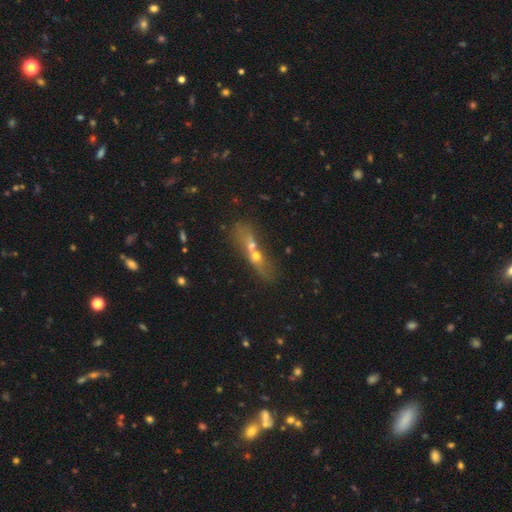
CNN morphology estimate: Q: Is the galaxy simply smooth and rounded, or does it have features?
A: smooth — 45%.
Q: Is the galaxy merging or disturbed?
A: merger — 64%.